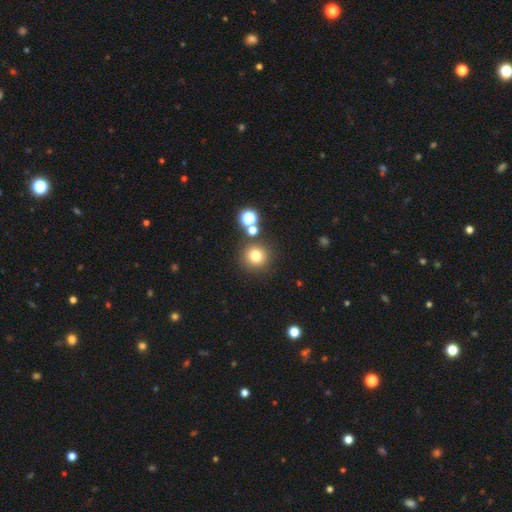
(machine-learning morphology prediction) type=smooth (76%); roundness=round (94%); merging=none (82%).